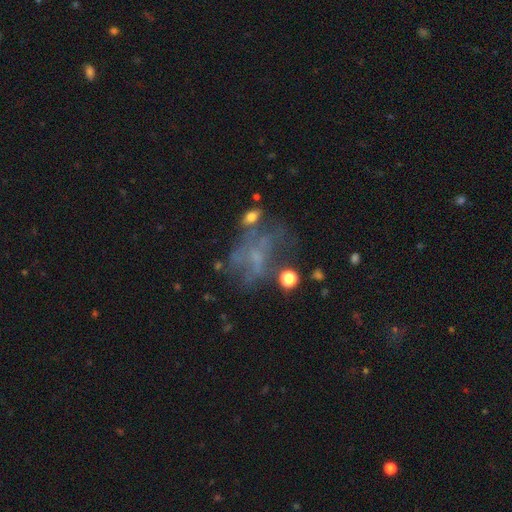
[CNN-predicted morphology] Q: Smooth or featured?
A: featured or disk (53%); runner-up: star or artifact (25%)
Q: Edge-on disk?
A: no (97%); runner-up: yes (3%)
Q: Bar?
A: no (80%); runner-up: weak (16%)
Q: Spiral arms?
A: no (74%); runner-up: yes (26%)
Q: Bulge size?
A: none (52%); runner-up: small (34%)
Q: Merging?
A: none (41%); runner-up: major disturbance (32%)